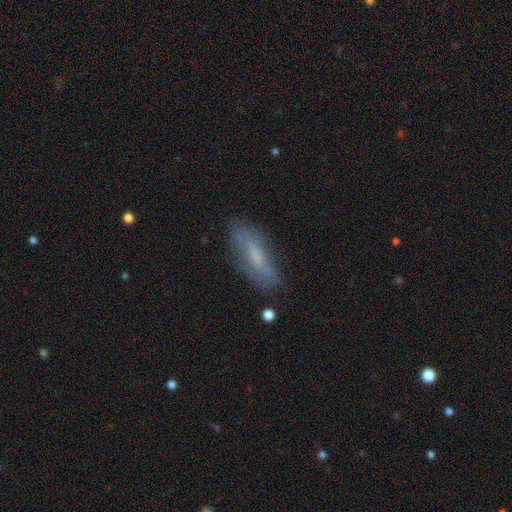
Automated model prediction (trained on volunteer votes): smooth_or_featured: smooth (p=0.57) [alt: featured or disk p=0.35]
how_rounded: in between (p=0.54) [alt: cigar-shaped p=0.44]
merging: none (p=0.76) [alt: minor disturbance p=0.18]